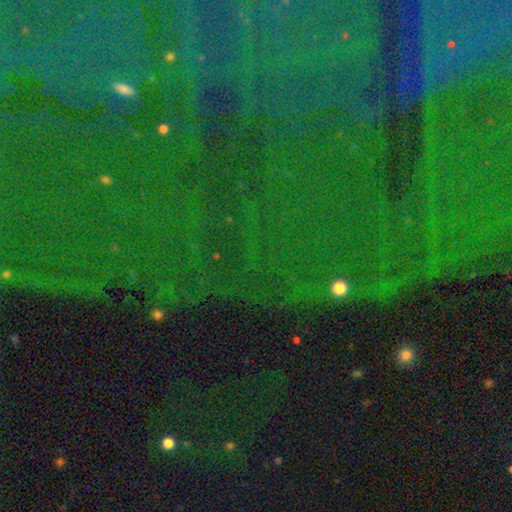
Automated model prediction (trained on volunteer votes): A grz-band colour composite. It shows a star or artifact, not a galaxy (82%).